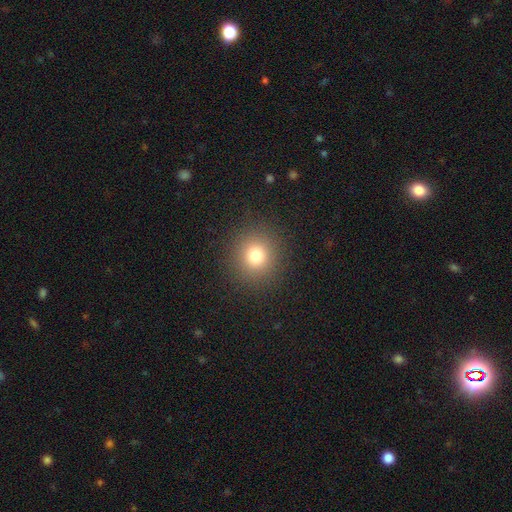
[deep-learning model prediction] This is likely a smooth galaxy (78%). How rounded: clearly round (91%). Merging: clearly none (90%).